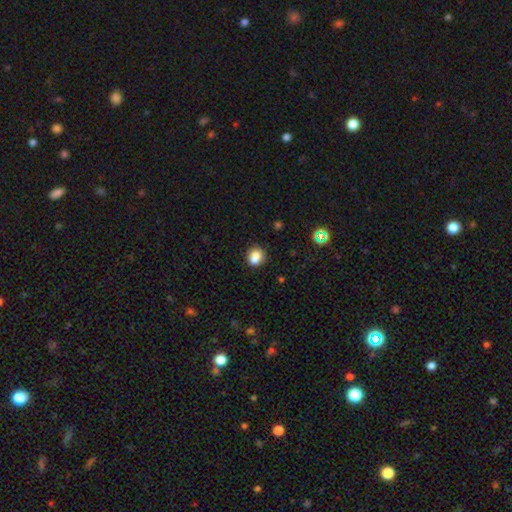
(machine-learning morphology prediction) A smooth galaxy with no disk features (81%) that is round (65%). Merging: none (67%).